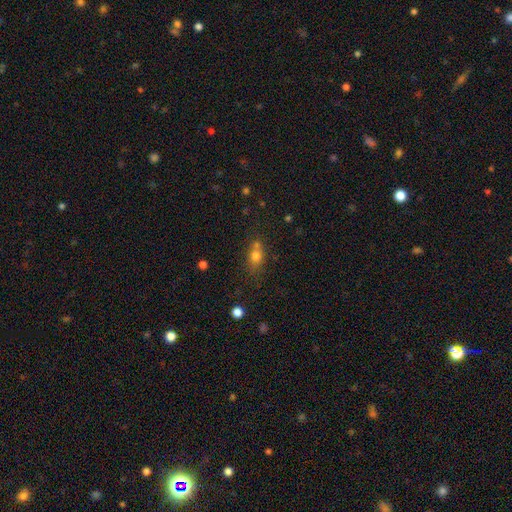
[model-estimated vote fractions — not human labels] Q: Smooth or featured?
A: smooth (72%); runner-up: star or artifact (16%)
Q: How rounded?
A: in between (49%); runner-up: round (47%)
Q: Merging?
A: none (50%); runner-up: merger (30%)